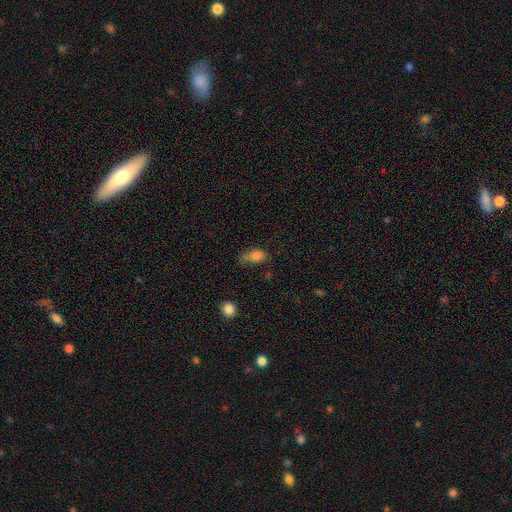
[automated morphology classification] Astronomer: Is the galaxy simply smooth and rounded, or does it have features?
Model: smooth — 82%.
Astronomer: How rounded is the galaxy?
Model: in between — 82%.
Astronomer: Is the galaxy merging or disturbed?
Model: none — 42% (runner-up: minor disturbance, 37%).